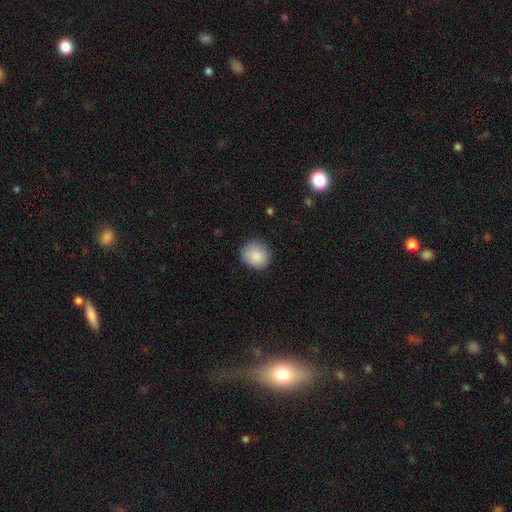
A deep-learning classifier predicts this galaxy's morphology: Smooth or featured: smooth — 88% (star or artifact — 7%)
How rounded: round — 79% (in between — 20%)
Merging: none — 82% (minor disturbance — 14%)